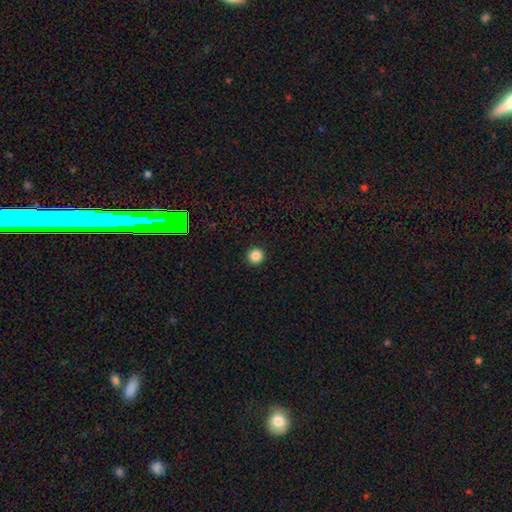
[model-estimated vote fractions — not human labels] Morphology: type=smooth (86%); roundness=round (96%); merging=none (93%).